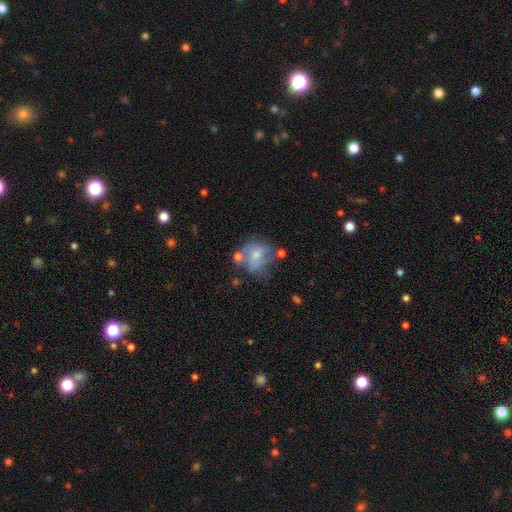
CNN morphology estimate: The model was most divided on "smooth or featured": smooth: 47%, featured or disk: 43%, star or artifact: 10%. Remaining: merging — none (33%).